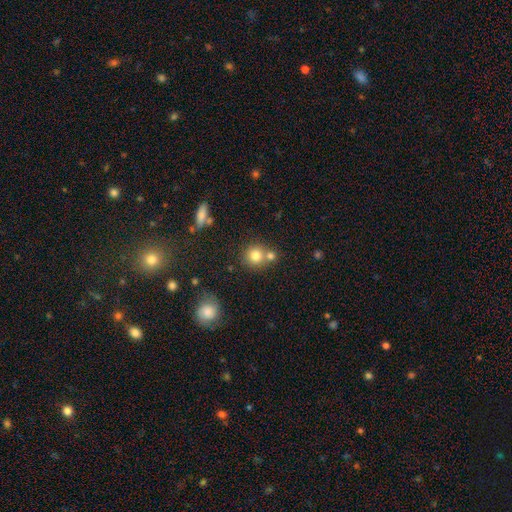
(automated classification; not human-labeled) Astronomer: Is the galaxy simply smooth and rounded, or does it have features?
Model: smooth — 78%.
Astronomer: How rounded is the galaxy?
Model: round — 88%.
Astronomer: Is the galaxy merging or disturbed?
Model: none — 55% (runner-up: merger, 33%).